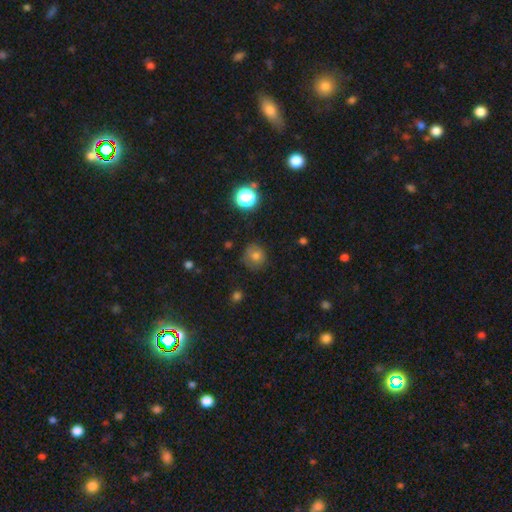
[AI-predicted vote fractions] The model was most divided on "smooth or featured": smooth: 74%, star or artifact: 15%, featured or disk: 11%. More confident: how rounded — round (88%); merging — none (77%).